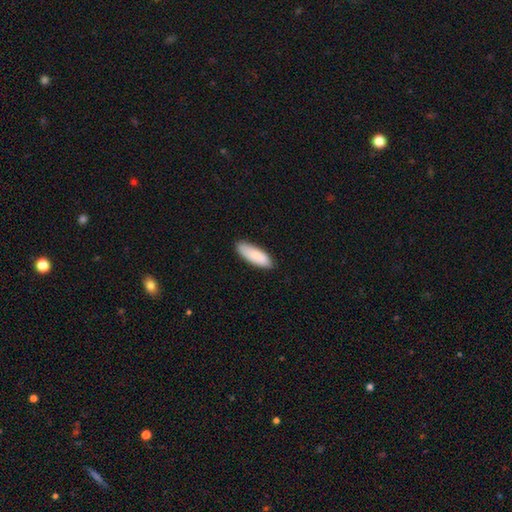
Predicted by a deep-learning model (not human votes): Overall: smooth (89%). How rounded: in between (61%; cigar-shaped 37%). Merging: none (85%).